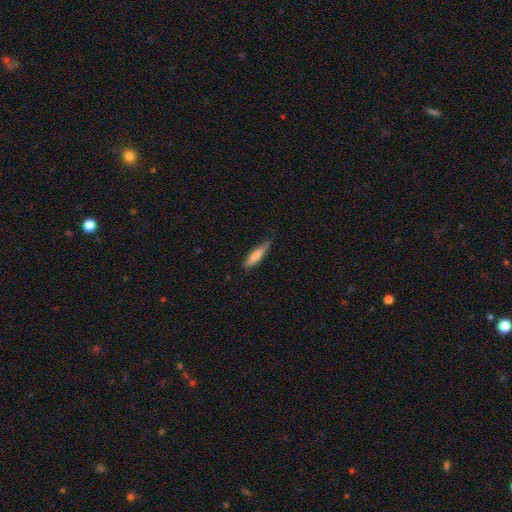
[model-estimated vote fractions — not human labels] This appears to be a smooth galaxy with no disk features (66%) that is cigar-shaped (76%). Merging: none (73%).